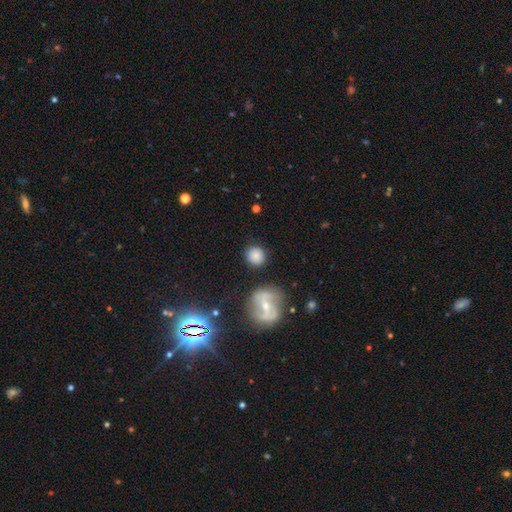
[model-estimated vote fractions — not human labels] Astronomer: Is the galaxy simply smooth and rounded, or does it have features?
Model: smooth — 76%.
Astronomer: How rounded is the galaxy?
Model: round — 88%.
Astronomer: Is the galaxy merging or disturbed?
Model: none — 83%.